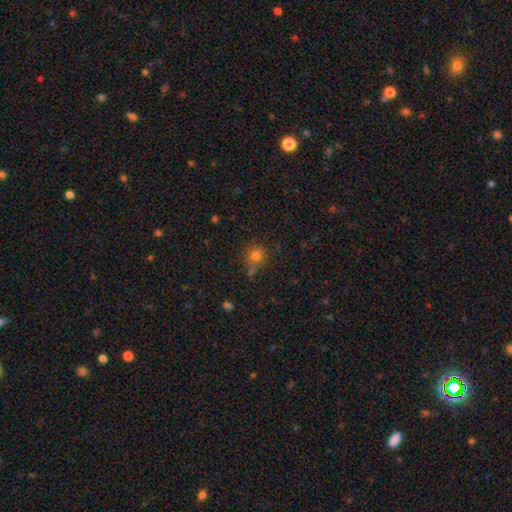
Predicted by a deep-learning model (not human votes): smooth 77%, star or artifact 15%, featured or disk 8%. Down the decision tree: how rounded — round (85%); merging — none (64%).